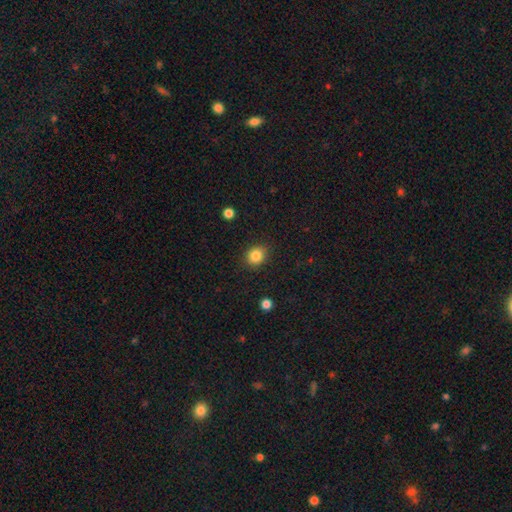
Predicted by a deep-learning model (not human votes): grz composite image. It shows a smooth galaxy with no disk features (84%) that is round (69%). Merging: none (87%).